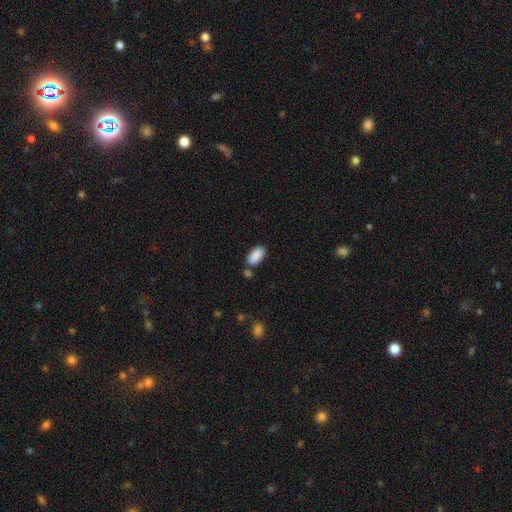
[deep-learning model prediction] A smooth galaxy with no disk features (89%) that is in between round and cigar-shaped (94%). Merging: none (72%).